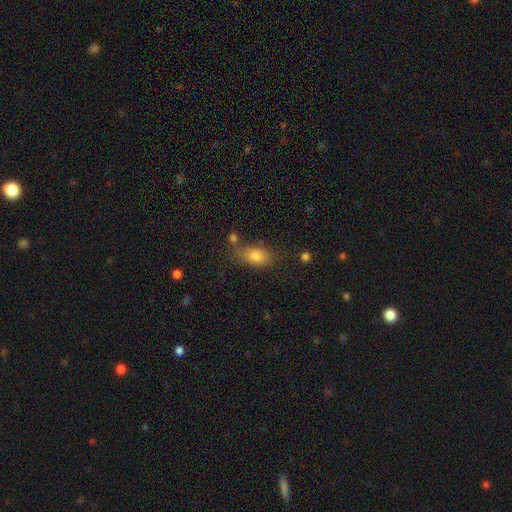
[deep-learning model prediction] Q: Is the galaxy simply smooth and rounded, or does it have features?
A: smooth — 80%.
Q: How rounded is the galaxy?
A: in between — 81%.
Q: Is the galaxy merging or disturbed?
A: none — 66%.